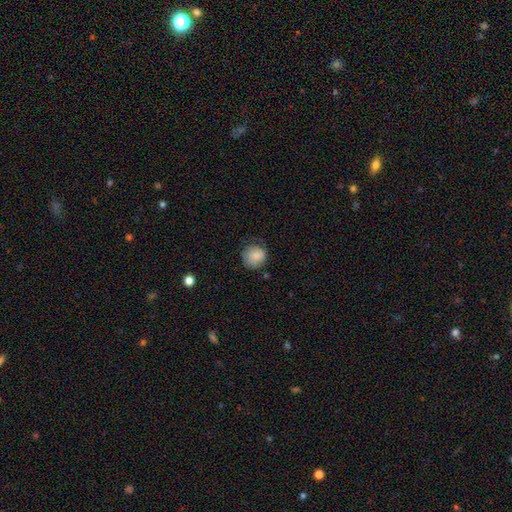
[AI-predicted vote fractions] smooth_or_featured: smooth (p=0.84) [alt: featured or disk p=0.08]
how_rounded: round (p=0.85) [alt: in between p=0.14]
merging: none (p=0.67) [alt: minor disturbance p=0.25]